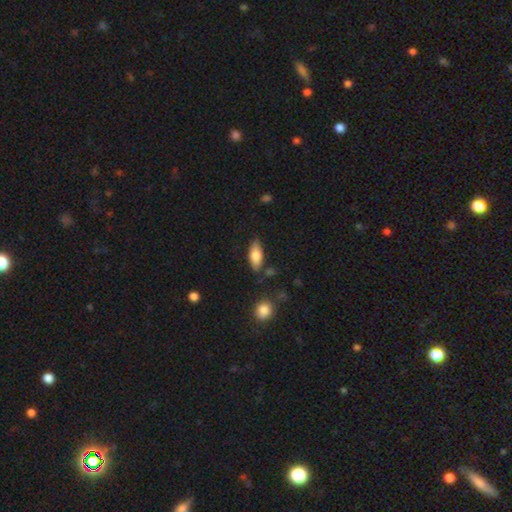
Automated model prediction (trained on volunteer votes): smooth 77%, featured or disk 17%, star or artifact 7%. Down the decision tree: how rounded — in between (80%); merging — none (79%).